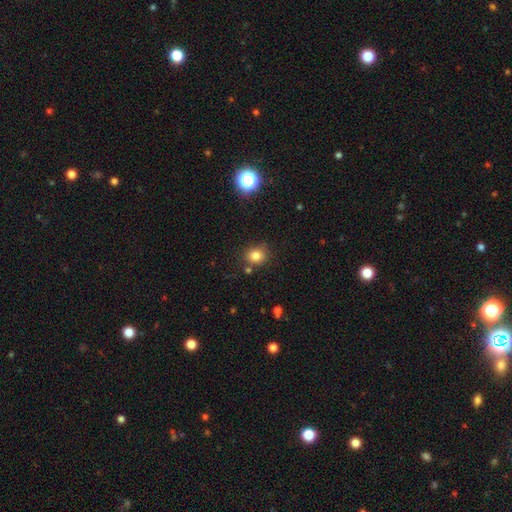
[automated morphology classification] A smooth galaxy with no disk features (80%) that is round (75%). Merging: none (78%).